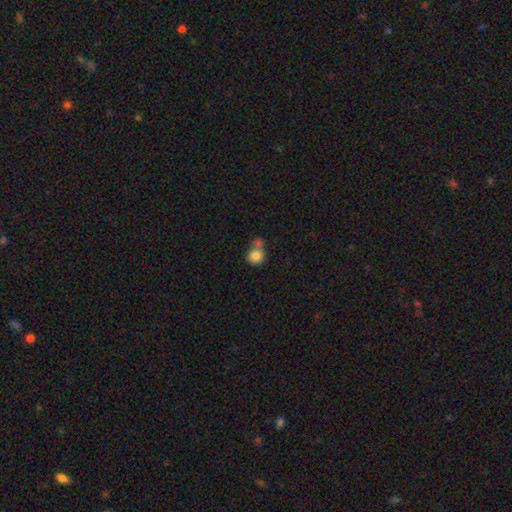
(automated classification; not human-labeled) Smooth or featured?
  - smooth: 82% *
  - star or artifact: 9%
  - featured or disk: 9%
How rounded?
  - round: 83% *
  - in between: 16%
  - cigar-shaped: 1%
Merging?
  - merger: 44% *
  - none: 42%
  - minor disturbance: 11%
  - major disturbance: 4%